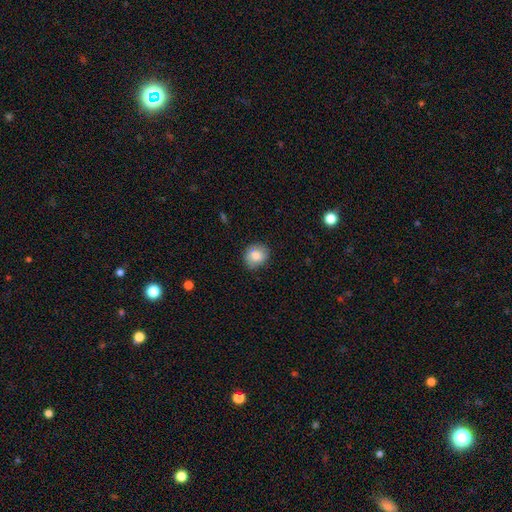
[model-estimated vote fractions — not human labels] Morphology: type=smooth (84%); roundness=round (75%); merging=none (80%).